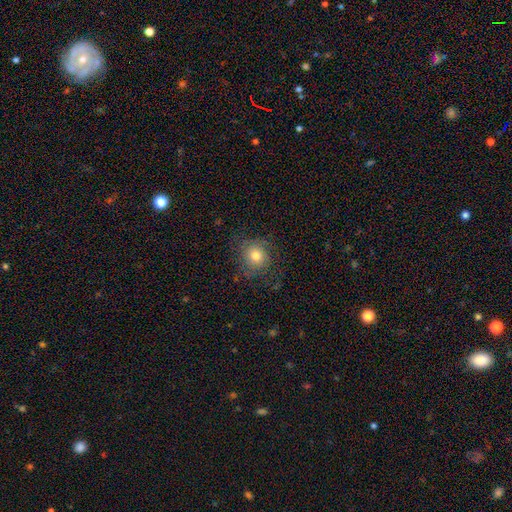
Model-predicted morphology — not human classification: Q: Smooth or featured?
A: smooth (67%); runner-up: featured or disk (23%)
Q: How rounded?
A: round (87%); runner-up: in between (12%)
Q: Merging?
A: none (70%); runner-up: minor disturbance (17%)